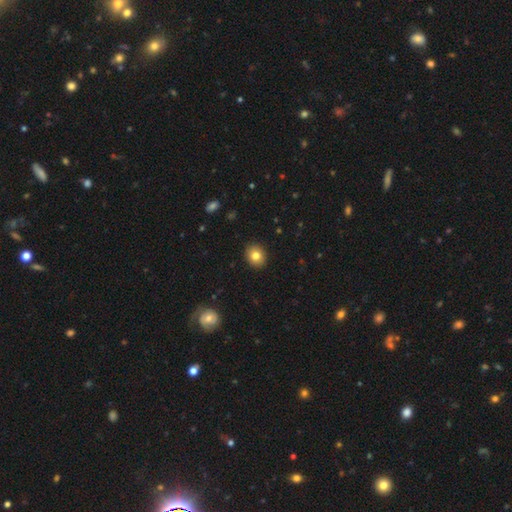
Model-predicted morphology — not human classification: The model was most divided on "how rounded": round: 66%, in between: 34%, cigar-shaped: 1%. More confident: merging — none (91%); smooth or featured — smooth (81%).